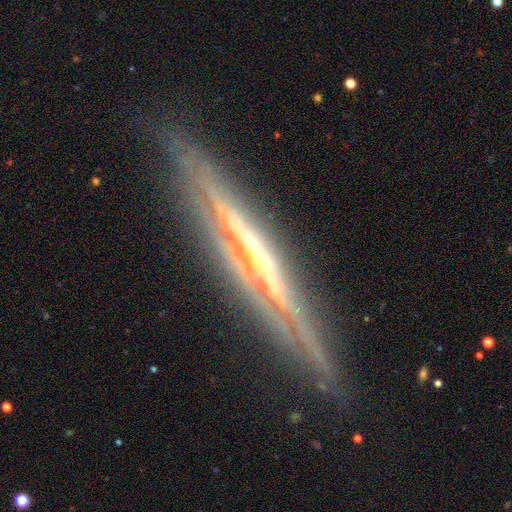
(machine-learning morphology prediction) This appears to be a featured or disk galaxy (85%) viewed edge-on (94%) with no central bulge (45%). Merging: none (84%).